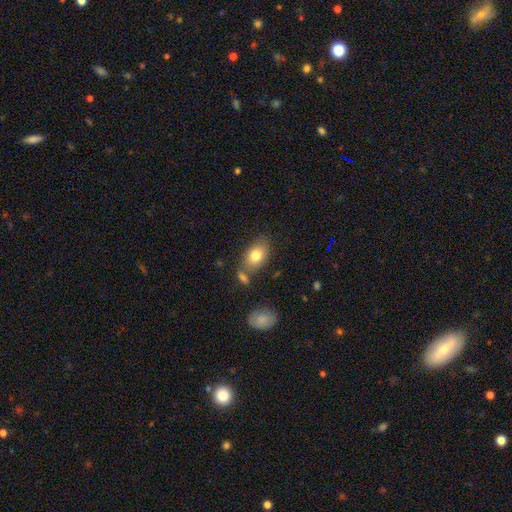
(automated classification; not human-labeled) smooth-or-featured: smooth: 79% | featured or disk: 13% | star or artifact: 8%
  how-rounded: in between: 85% | round: 13% | cigar-shaped: 2%
  merging: none: 66% | minor disturbance: 15% | merger: 15% | major disturbance: 4%